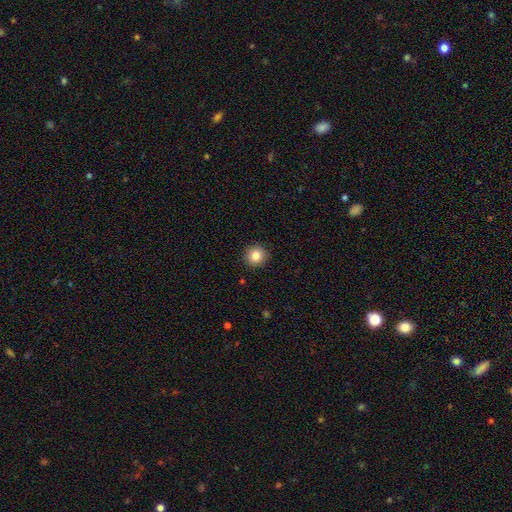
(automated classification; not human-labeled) smooth-or-featured: smooth: 83% | star or artifact: 10% | featured or disk: 6%
  how-rounded: round: 94% | in between: 5% | cigar-shaped: 1%
  merging: none: 92% | minor disturbance: 5% | major disturbance: 2% | merger: 1%